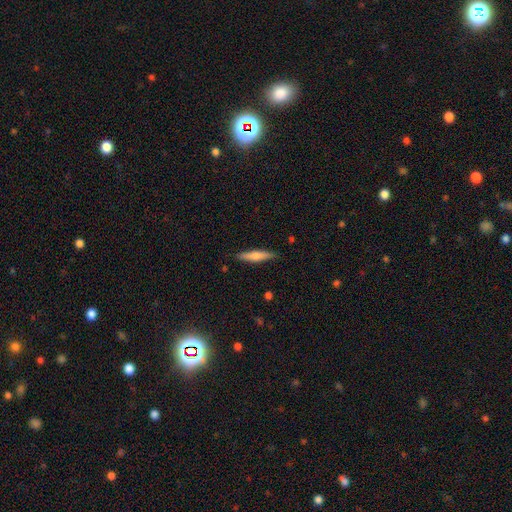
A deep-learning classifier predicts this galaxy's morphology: smooth 56%, featured or disk 38%, star or artifact 6%. Down the decision tree: how rounded — cigar-shaped (85%); merging — none (88%).